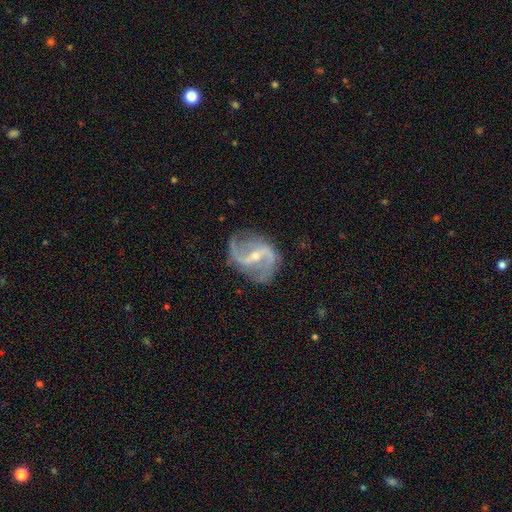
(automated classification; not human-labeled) Smooth or featured: featured or disk — 91% (star or artifact — 6%)
Edge-on disk: no — 97% (yes — 3%)
Bar: strong — 47% (weak — 38%)
Spiral arms: yes — 97% (no — 3%)
Spiral winding: loose — 49% (medium — 41%)
Spiral arm count: 2 — 90% (can't tell — 3%)
Bulge size: small — 63% (moderate — 33%)
Merging: none — 75% (minor disturbance — 16%)